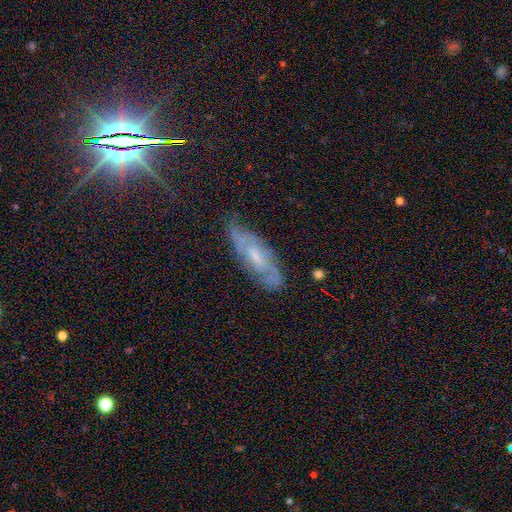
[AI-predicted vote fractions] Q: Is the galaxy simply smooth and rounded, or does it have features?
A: featured or disk — 67%.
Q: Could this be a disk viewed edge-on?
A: no — 79%.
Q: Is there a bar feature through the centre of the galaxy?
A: no — 51%.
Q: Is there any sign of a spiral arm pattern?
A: yes — 84%.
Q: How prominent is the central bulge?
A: small — 44%.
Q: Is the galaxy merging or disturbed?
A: none — 74%.